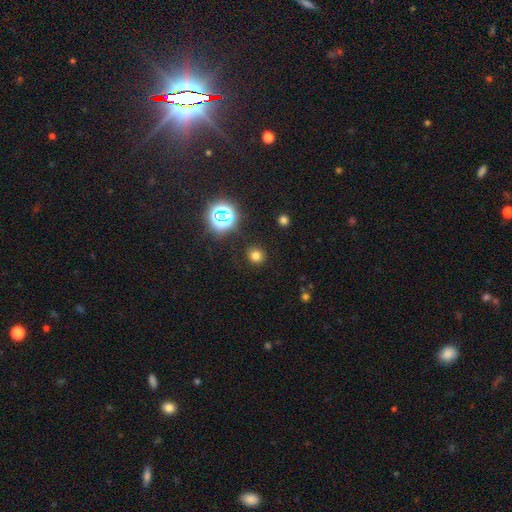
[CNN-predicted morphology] smooth_or_featured: smooth (p=0.73) [alt: star or artifact p=0.21]
how_rounded: round (p=0.86) [alt: in between p=0.14]
merging: none (p=0.89) [alt: minor disturbance p=0.07]